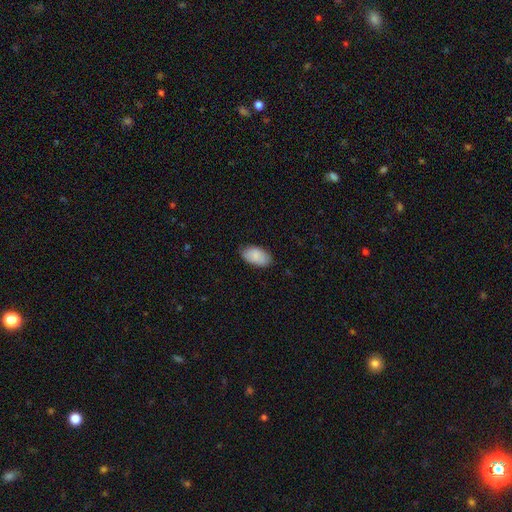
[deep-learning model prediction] Smooth or featured? Predicted: smooth (p=0.88). How rounded? Predicted: in between (p=0.95). Merging? Predicted: none (p=0.82).